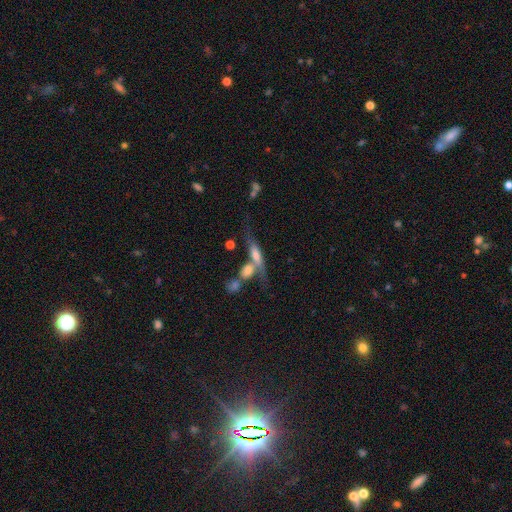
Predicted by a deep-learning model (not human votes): featured or disk 49%, smooth 41%, star or artifact 10%. Down the decision tree: merging — merger (41%).